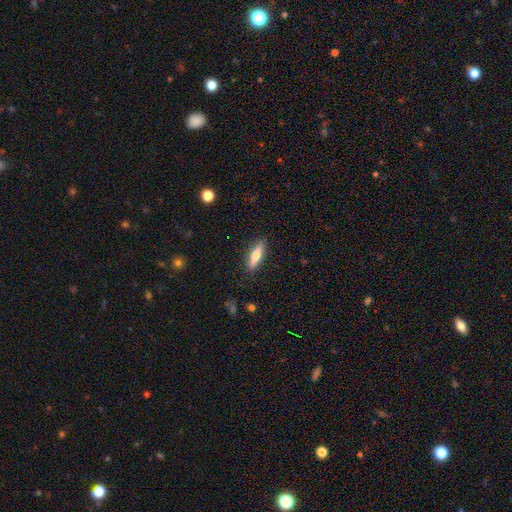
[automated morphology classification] Smooth or featured? smooth (53%)
How rounded? cigar-shaped (67%)
Merging? none (89%)